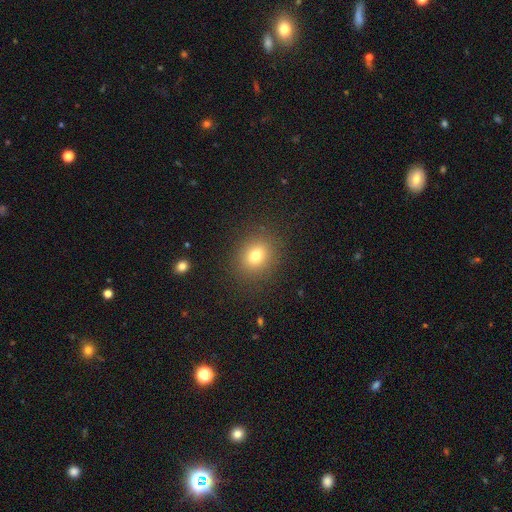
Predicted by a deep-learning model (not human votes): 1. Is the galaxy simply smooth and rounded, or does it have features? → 76% smooth, 14% star or artifact, 10% featured or disk.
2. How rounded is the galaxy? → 58% round, 41% in between, 1% cigar-shaped.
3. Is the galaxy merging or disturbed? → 87% none, 8% minor disturbance, 4% major disturbance, 1% merger.